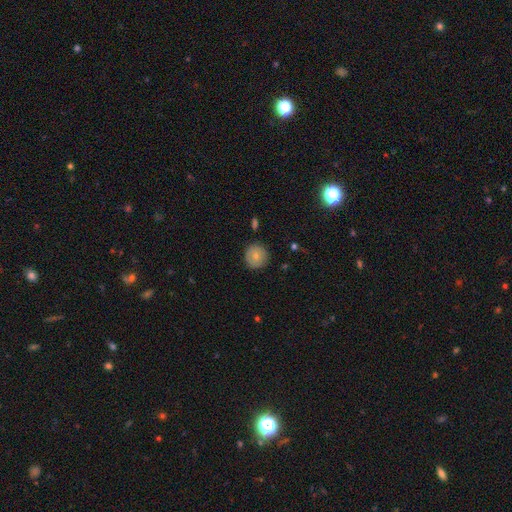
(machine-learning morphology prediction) A smooth galaxy with no disk features (68%) that is round (93%).

Vote fractions:
- Smooth or featured? smooth: 68% / featured or disk: 24% / star or artifact: 8%
- How rounded? round: 93% / in between: 6% / cigar-shaped: 1%
- Merging? none: 87% / minor disturbance: 10% / major disturbance: 2% / merger: 1%